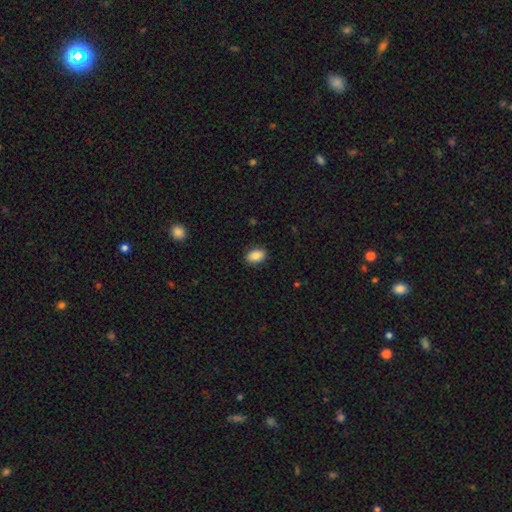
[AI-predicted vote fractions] Smooth or featured? smooth (88%)
How rounded? in between (85%)
Merging? none (88%)